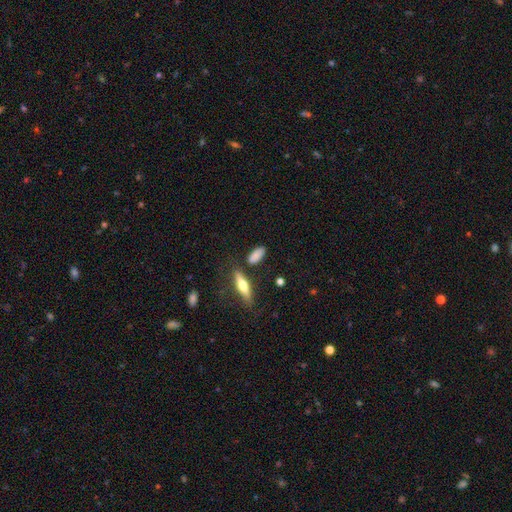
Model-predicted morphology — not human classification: A smooth galaxy with no disk features (82%) that is in between round and cigar-shaped (75%). Merging: none (76%).